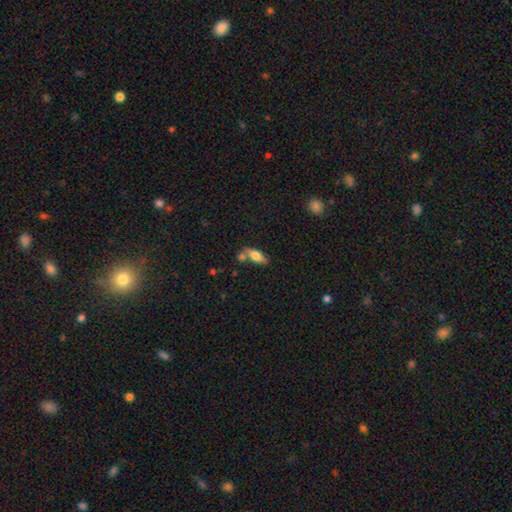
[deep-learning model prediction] Smooth or featured? smooth (67%)
How rounded? in between (70%)
Merging? none (58%)